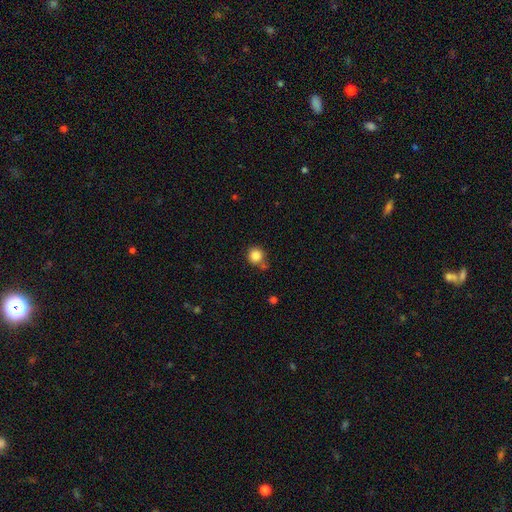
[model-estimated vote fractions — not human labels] The model was most divided on "merging": none: 70%, minor disturbance: 15%, merger: 11%, major disturbance: 4%. More confident: how rounded — round (91%); smooth or featured — smooth (85%).